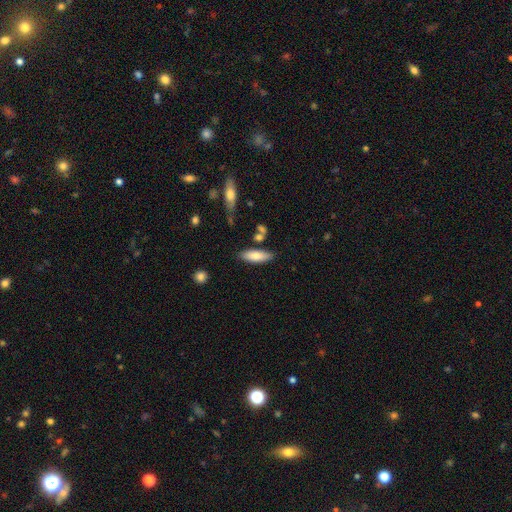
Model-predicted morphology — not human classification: Smooth or featured?
  - smooth: 76% *
  - featured or disk: 18%
  - star or artifact: 6%
How rounded?
  - in between: 59% *
  - cigar-shaped: 40%
  - round: 2%
Merging?
  - none: 76% *
  - minor disturbance: 14%
  - merger: 7%
  - major disturbance: 3%